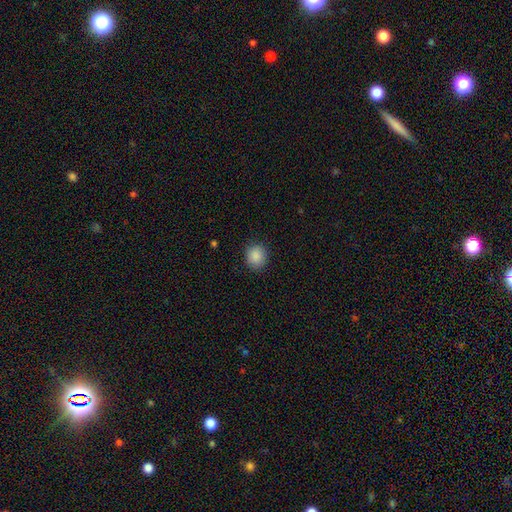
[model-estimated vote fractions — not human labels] This appears to be a smooth galaxy with no disk features (88%) that is round (84%). Merging: none (88%).